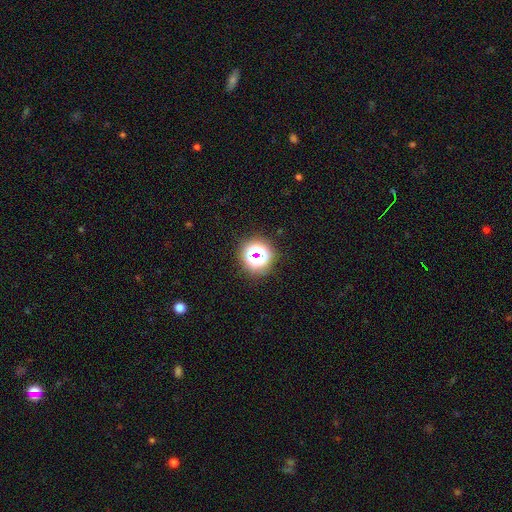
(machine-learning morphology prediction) Smooth or featured?
  - star or artifact: 55% *
  - smooth: 34%
  - featured or disk: 11%